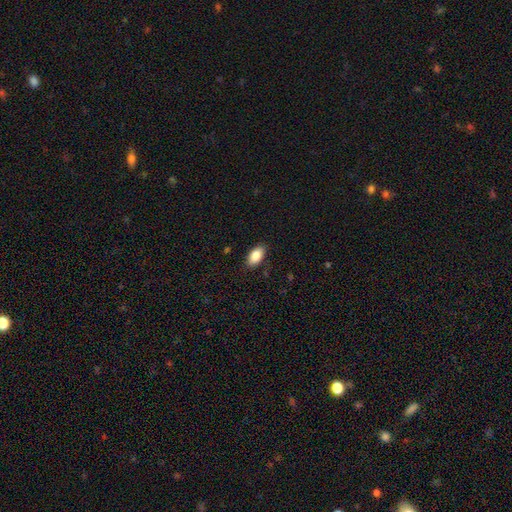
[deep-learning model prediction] Smooth or featured? Predicted: smooth (p=0.86). How rounded? Predicted: in between (p=0.92). Merging? Predicted: none (p=0.86).